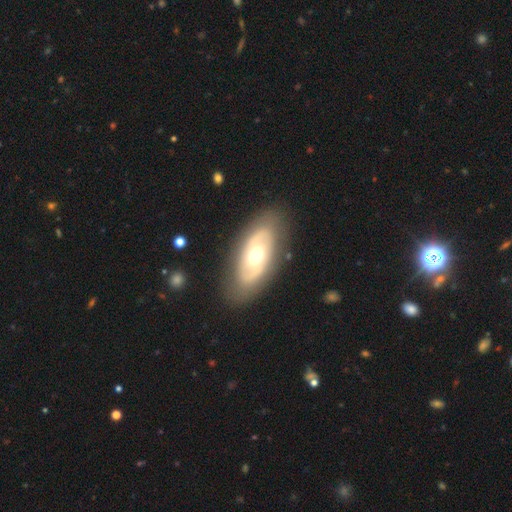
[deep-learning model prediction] Smooth or featured?
  - featured or disk: 67% *
  - smooth: 28%
  - star or artifact: 5%
Edge-on disk?
  - no: 89% *
  - yes: 11%
Bar?
  - no: 70% *
  - weak: 22%
  - strong: 8%
Spiral arms?
  - no: 54% *
  - yes: 46%
Bulge size?
  - moderate: 68% *
  - large: 22%
  - small: 7%
  - dominant: 2%
  - none: 1%
Merging?
  - none: 83% *
  - minor disturbance: 11%
  - major disturbance: 4%
  - merger: 1%